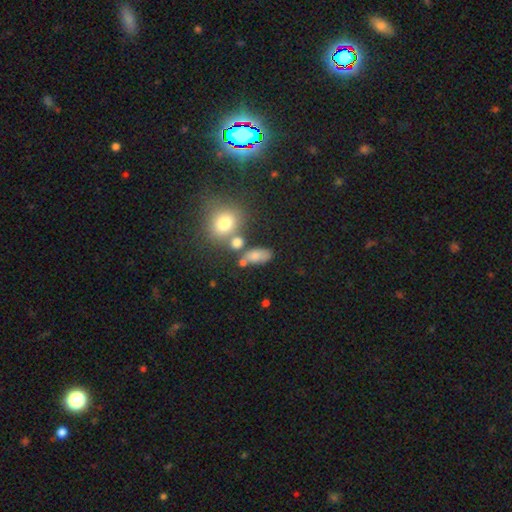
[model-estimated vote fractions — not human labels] Morphology: type=smooth (74%); roundness=in between (79%); merging=none (53%).